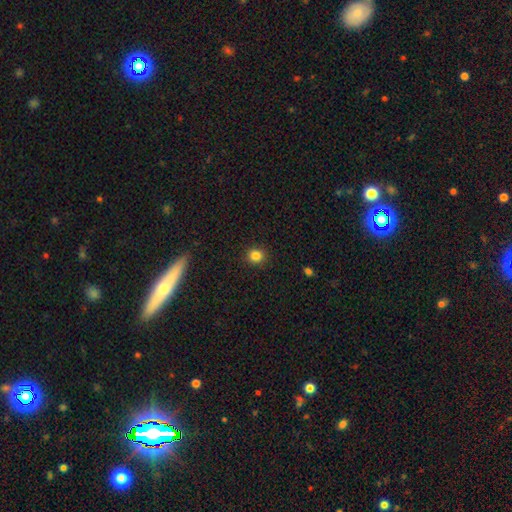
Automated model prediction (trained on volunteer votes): Smooth or featured: smooth — 83% (star or artifact — 12%)
How rounded: round — 89% (in between — 10%)
Merging: none — 92% (minor disturbance — 5%)